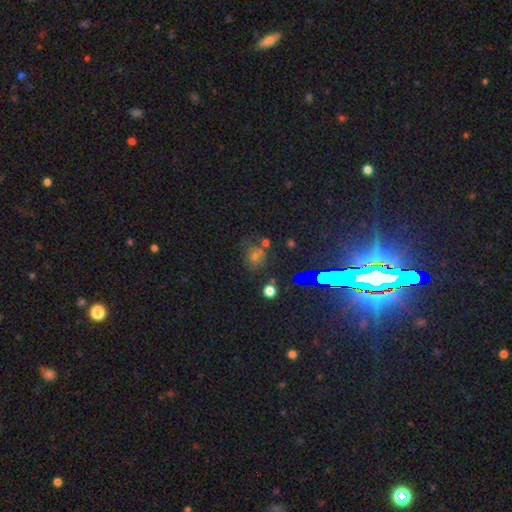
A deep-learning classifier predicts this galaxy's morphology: type=smooth (53%); roundness=round (67%); merging=none (60%).